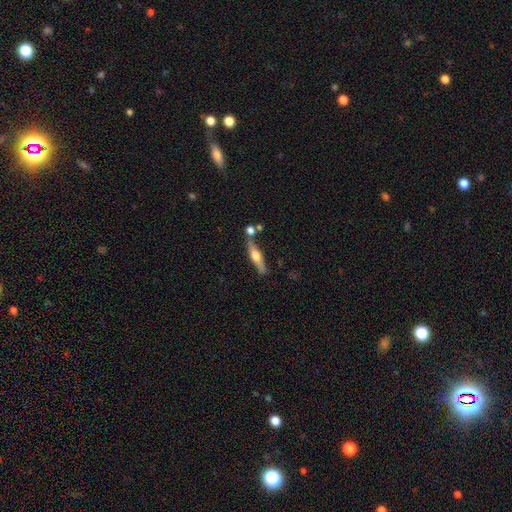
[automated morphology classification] type=featured or disk (58%); edge-on=yes (93%); edge-on bulge=rounded (92%); merging=none (70%).